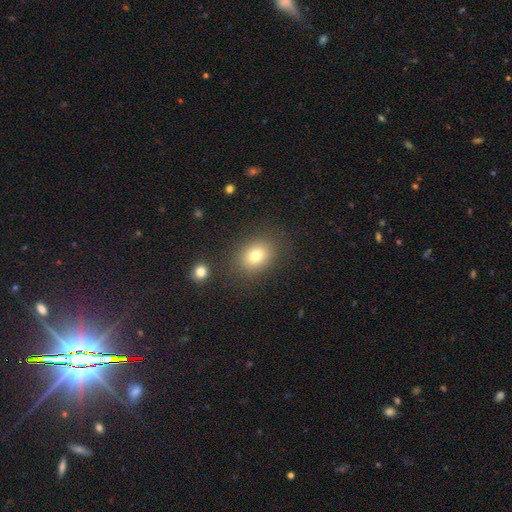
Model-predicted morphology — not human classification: The model was most divided on "how rounded": in between: 53%, round: 46%, cigar-shaped: 1%. More confident: merging — none (83%); smooth or featured — smooth (76%).